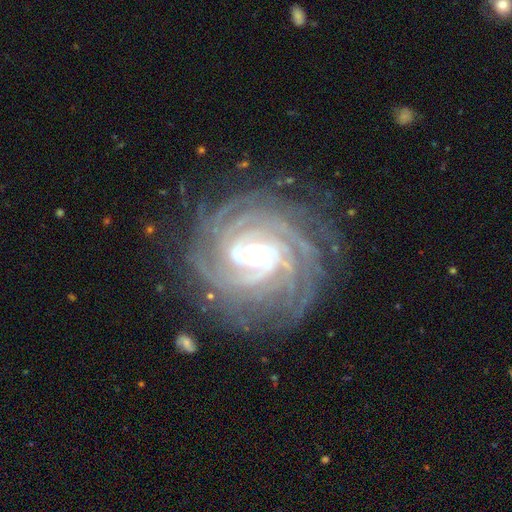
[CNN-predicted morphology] smooth_or_featured: featured or disk (p=0.91) [alt: star or artifact p=0.06]
disk_edge_on: no (p=0.98) [alt: yes p=0.02]
bar: no (p=0.50) [alt: weak p=0.33]
has_spiral_arms: yes (p=0.99) [alt: no p=0.01]
spiral_winding: tight (p=0.81) [alt: medium p=0.17]
spiral_arm_count: 4 (p=0.26) [alt: more than 4 p=0.24]
bulge_size: small (p=0.78) [alt: moderate p=0.16]
merging: none (p=0.78) [alt: minor disturbance p=0.14]